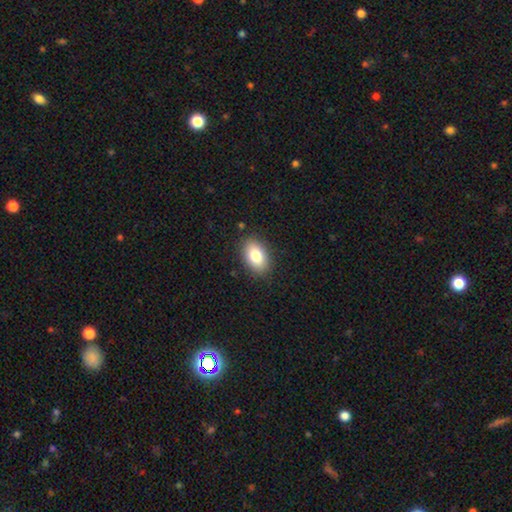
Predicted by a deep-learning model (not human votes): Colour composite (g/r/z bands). It shows a smooth galaxy with no disk features (82%) that is in between round and cigar-shaped (90%). Merging: none (86%).